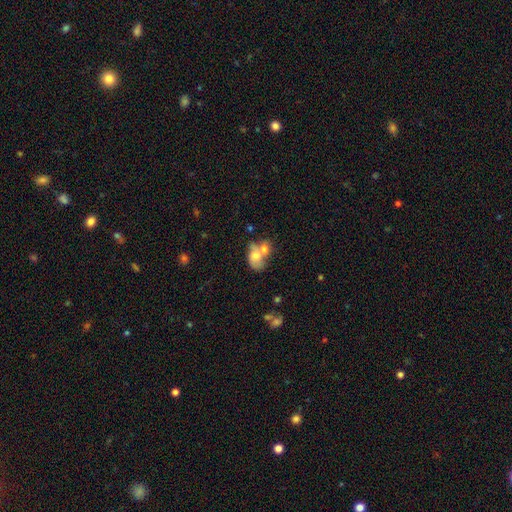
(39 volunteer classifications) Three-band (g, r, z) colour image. It shows a smooth galaxy with no disk features (46%) that is in between round and cigar-shaped (72%). Merging: merger (43%).